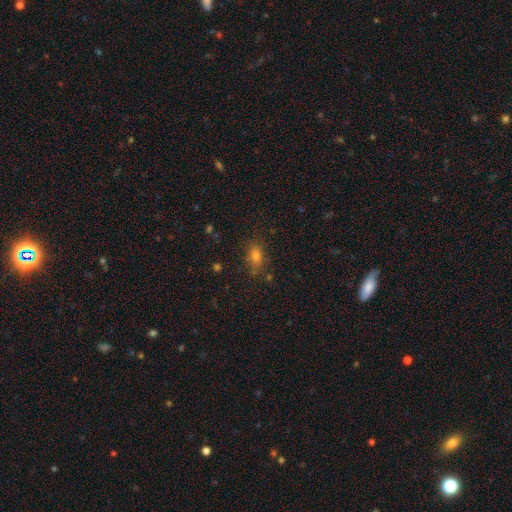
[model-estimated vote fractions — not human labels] smooth-or-featured: smooth: 70% | star or artifact: 19% | featured or disk: 10%
  how-rounded: in between: 69% | round: 24% | cigar-shaped: 8%
  merging: none: 77% | minor disturbance: 16% | major disturbance: 5% | merger: 3%